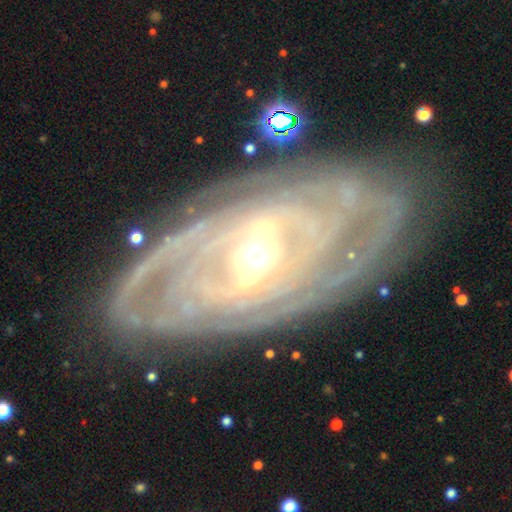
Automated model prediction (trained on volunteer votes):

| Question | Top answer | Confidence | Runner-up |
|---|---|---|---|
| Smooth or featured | featured or disk | 89% | smooth (6%) |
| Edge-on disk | no | 92% | yes (8%) |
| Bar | weak | 35% | no (34%) |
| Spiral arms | yes | 91% | no (9%) |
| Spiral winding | tight | 73% | medium (19%) |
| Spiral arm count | can't tell | 35% | 2 (25%) |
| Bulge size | moderate | 61% | small (32%) |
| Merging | none | 72% | minor disturbance (17%) |